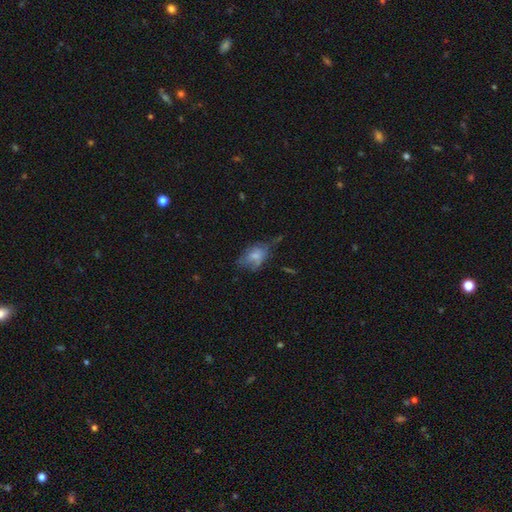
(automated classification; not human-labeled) Q: Smooth or featured?
A: smooth (61%); runner-up: featured or disk (28%)
Q: How rounded?
A: in between (87%); runner-up: round (10%)
Q: Merging?
A: none (37%); runner-up: minor disturbance (32%)